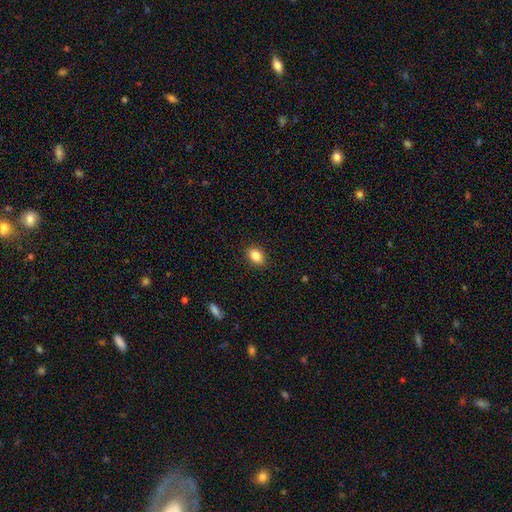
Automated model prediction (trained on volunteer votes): Smooth or featured? smooth (86%)
How rounded? in between (77%)
Merging? none (88%)